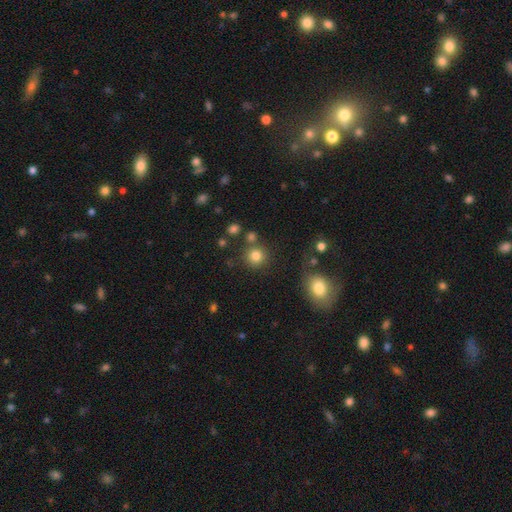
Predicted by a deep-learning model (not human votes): A smooth galaxy with no disk features (81%) that is round (92%).

Vote fractions:
- Smooth or featured? smooth: 81% / star or artifact: 13% / featured or disk: 6%
- How rounded? round: 92% / in between: 7% / cigar-shaped: 1%
- Merging? none: 79% / merger: 9% / minor disturbance: 9% / major disturbance: 4%